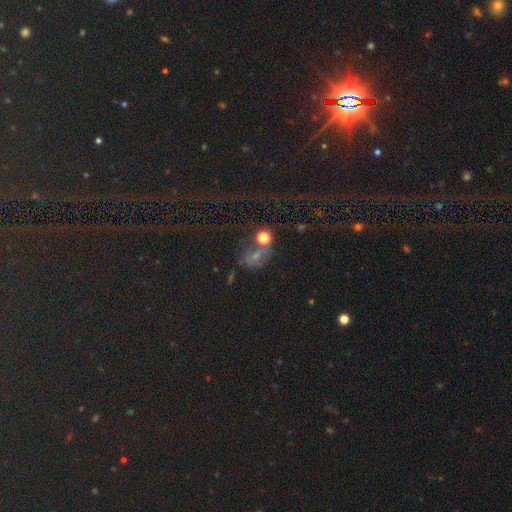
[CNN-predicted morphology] This appears to be a star or artifact, not a galaxy (41%).